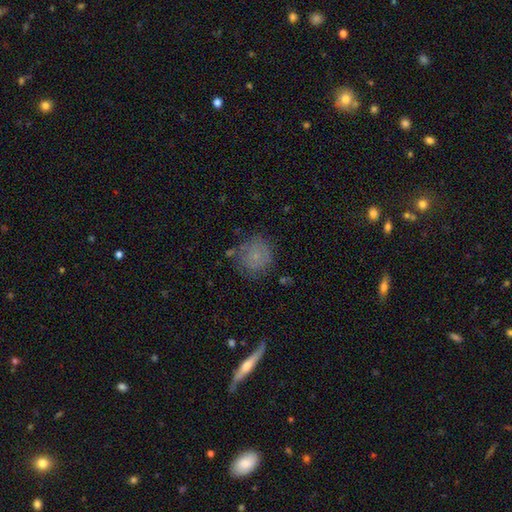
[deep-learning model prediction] Morphology: type=smooth (64%); roundness=round (89%); merging=none (66%).